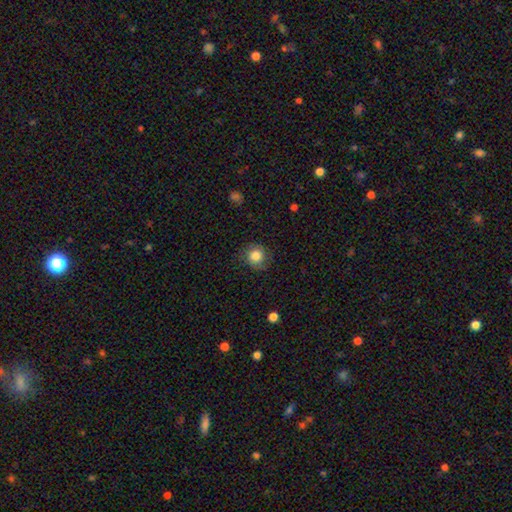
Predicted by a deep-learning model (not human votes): Q: Smooth or featured?
A: smooth (80%); runner-up: featured or disk (11%)
Q: How rounded?
A: round (89%); runner-up: in between (10%)
Q: Merging?
A: none (79%); runner-up: minor disturbance (15%)